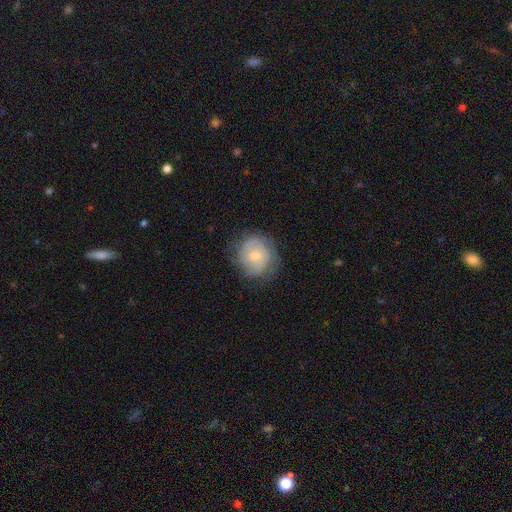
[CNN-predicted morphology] Smooth or featured: featured or disk — 54% (smooth — 39%)
Edge-on disk: no — 97% (yes — 3%)
Bar: no — 68% (weak — 28%)
Spiral arms: yes — 76% (no — 24%)
Bulge size: small — 50% (moderate — 46%)
Merging: none — 69% (minor disturbance — 21%)